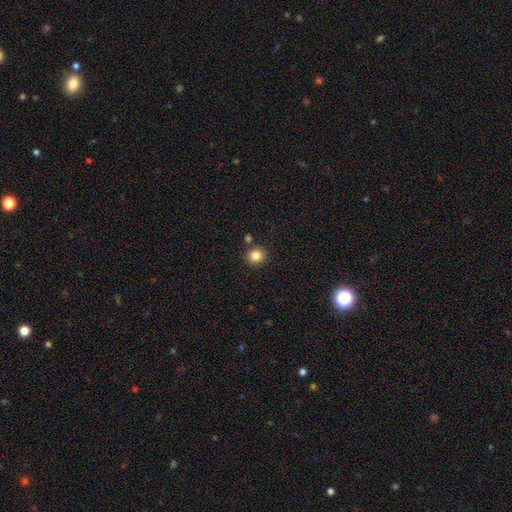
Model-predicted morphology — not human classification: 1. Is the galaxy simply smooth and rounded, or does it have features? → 84% smooth, 11% star or artifact, 5% featured or disk.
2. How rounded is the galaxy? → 91% round, 8% in between, 1% cigar-shaped.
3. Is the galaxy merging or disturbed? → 85% none, 7% minor disturbance, 6% merger, 2% major disturbance.